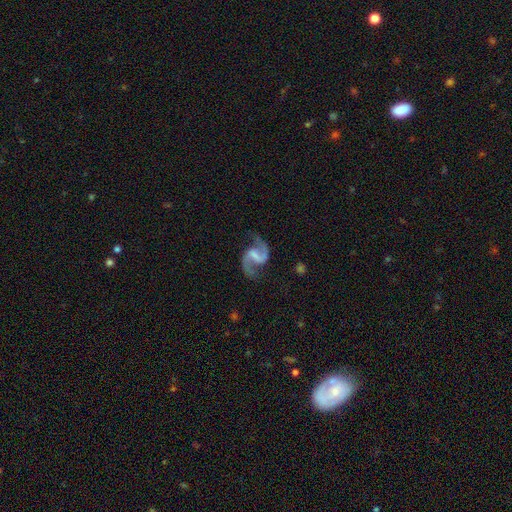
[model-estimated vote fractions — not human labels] featured or disk 92%, star or artifact 4%, smooth 4%. Down the decision tree: edge-on disk — no (98%); bar — weak (48%); spiral arms — yes (98%); spiral arm count — 2 (94%); spiral winding — loose (47%); bulge size — none (52%); merging — none (79%).